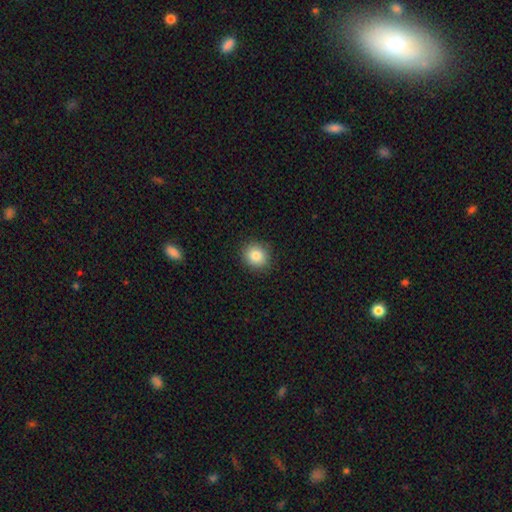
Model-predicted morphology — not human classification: Smooth or featured: smooth — 84% (star or artifact — 10%)
How rounded: round — 82% (in between — 17%)
Merging: none — 90% (minor disturbance — 7%)